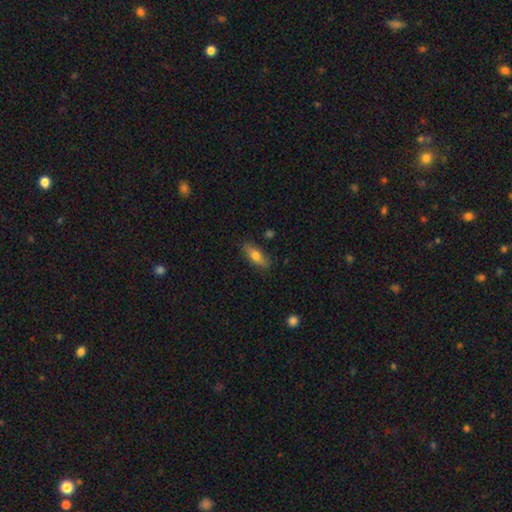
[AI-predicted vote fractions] The model was most divided on "how rounded": in between: 63%, cigar-shaped: 33%, round: 4%. More confident: merging — none (84%); smooth or featured — smooth (65%).